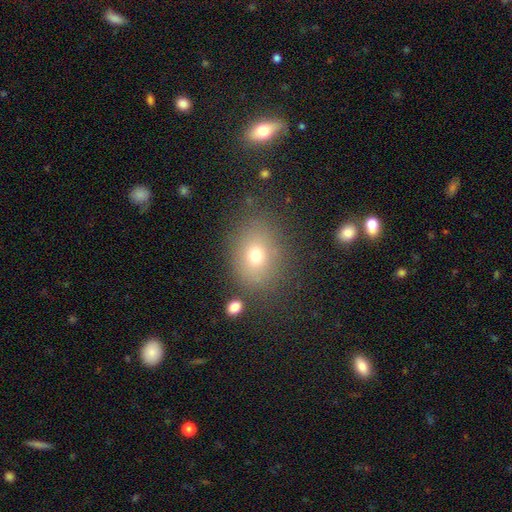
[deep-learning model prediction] Morphology: type=smooth (71%); roundness=round (52%); merging=none (80%).